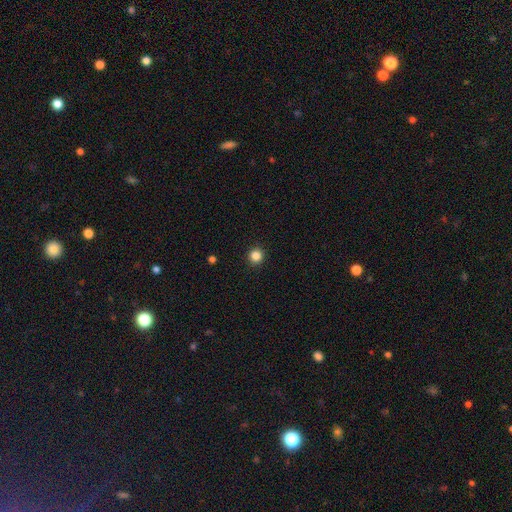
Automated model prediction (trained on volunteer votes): Smooth or featured? smooth (85%)
How rounded? round (94%)
Merging? none (93%)